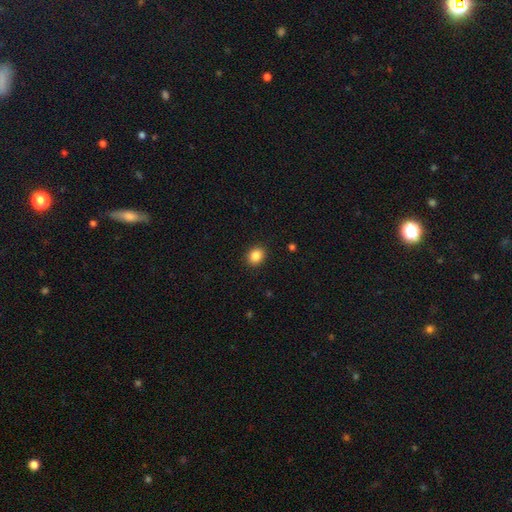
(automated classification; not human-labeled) smooth_or_featured: smooth (p=0.86) [alt: star or artifact p=0.10]
how_rounded: round (p=0.58) [alt: in between p=0.41]
merging: none (p=0.91) [alt: minor disturbance p=0.06]